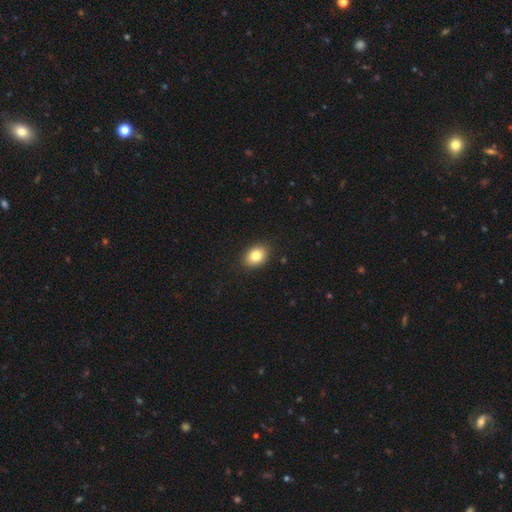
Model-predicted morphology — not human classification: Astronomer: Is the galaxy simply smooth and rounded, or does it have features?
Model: smooth — 82%.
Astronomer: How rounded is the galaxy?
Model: in between — 73%.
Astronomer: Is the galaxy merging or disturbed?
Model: none — 88%.